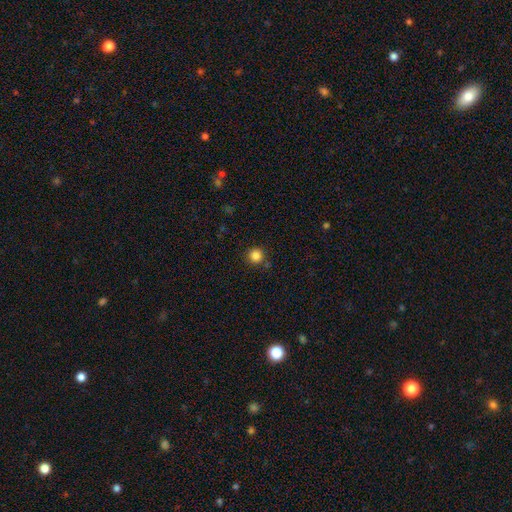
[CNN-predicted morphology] A smooth galaxy with no disk features (84%) that is round (95%).

Vote fractions:
- Smooth or featured? smooth: 84% / star or artifact: 12% / featured or disk: 4%
- How rounded? round: 95% / in between: 4% / cigar-shaped: 1%
- Merging? none: 87% / minor disturbance: 7% / merger: 4% / major disturbance: 2%